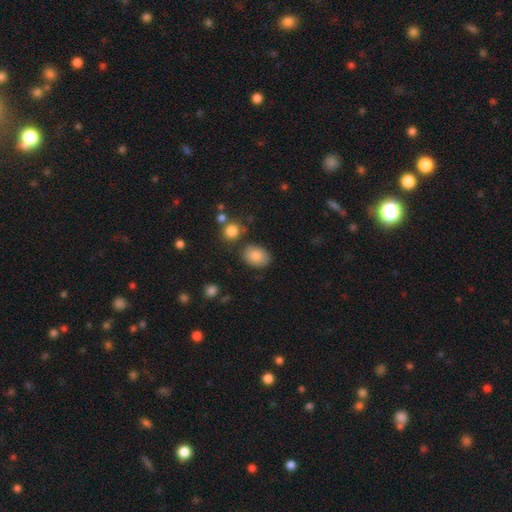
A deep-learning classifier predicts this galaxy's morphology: Smooth or featured: smooth — 85% (star or artifact — 8%)
How rounded: in between — 73% (round — 26%)
Merging: none — 79% (minor disturbance — 13%)